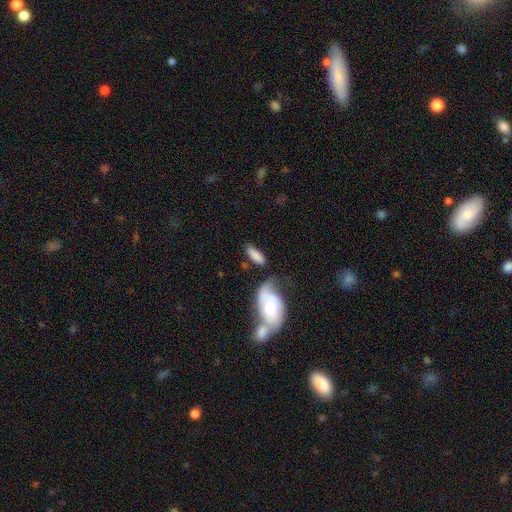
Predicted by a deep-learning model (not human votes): smooth-or-featured: smooth: 81% | featured or disk: 13% | star or artifact: 6%
  how-rounded: in between: 74% | cigar-shaped: 23% | round: 3%
  merging: none: 57% | minor disturbance: 19% | merger: 16% | major disturbance: 9%